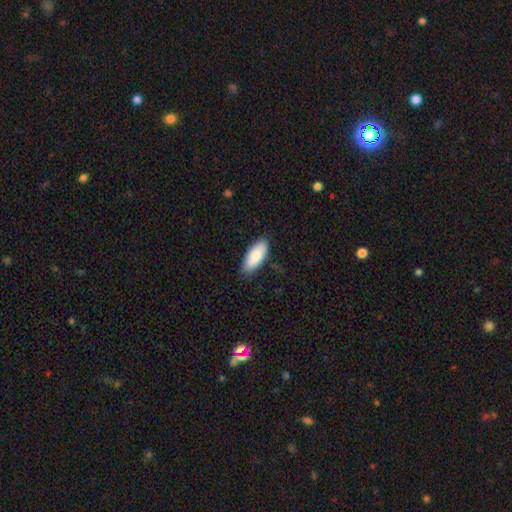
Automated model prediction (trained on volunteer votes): Smooth or featured?
  - smooth: 84% *
  - featured or disk: 11%
  - star or artifact: 6%
How rounded?
  - in between: 85% *
  - cigar-shaped: 14%
  - round: 2%
Merging?
  - none: 84% *
  - minor disturbance: 13%
  - major disturbance: 2%
  - merger: 1%